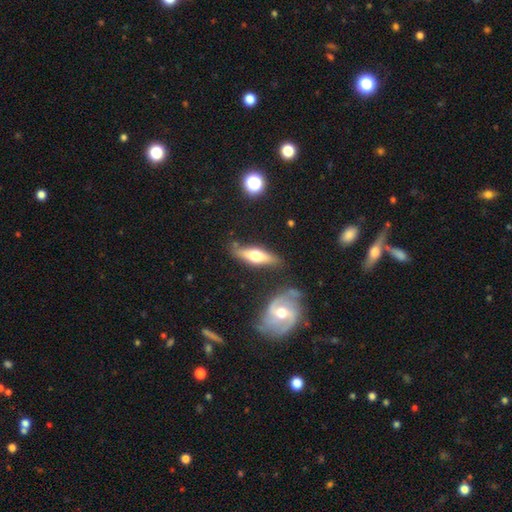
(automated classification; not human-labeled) featured or disk 51%, smooth 43%, star or artifact 6%. Down the decision tree: edge-on disk — yes (82%); merging — none (73%).